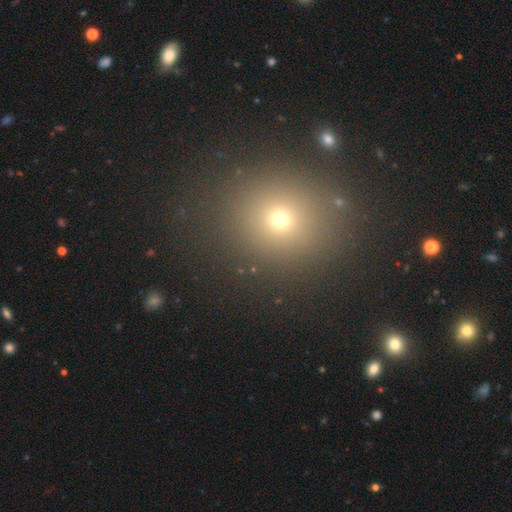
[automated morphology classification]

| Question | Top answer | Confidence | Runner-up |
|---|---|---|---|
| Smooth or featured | smooth | 63% | star or artifact (30%) |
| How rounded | round | 79% | in between (19%) |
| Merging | none | 89% | minor disturbance (7%) |